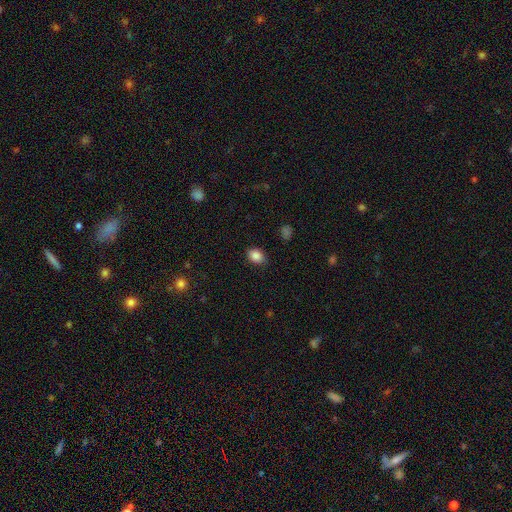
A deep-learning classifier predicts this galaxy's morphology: Smooth or featured? smooth (87%)
How rounded? in between (69%)
Merging? none (82%)